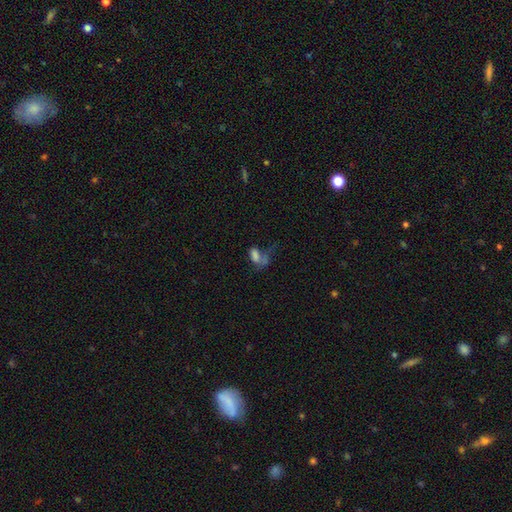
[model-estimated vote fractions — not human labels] smooth_or_featured: smooth (p=0.64) [alt: featured or disk p=0.19]
how_rounded: in between (p=0.85) [alt: round p=0.09]
merging: major disturbance (p=0.38) [alt: merger p=0.26]